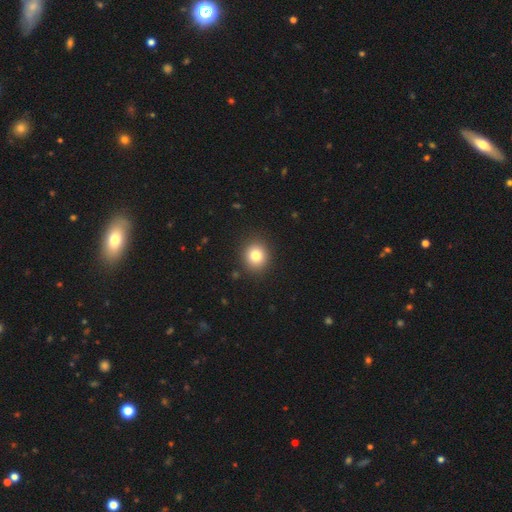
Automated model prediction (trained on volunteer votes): Smooth or featured: smooth — 81% (star or artifact — 11%)
How rounded: round — 84% (in between — 15%)
Merging: none — 90% (minor disturbance — 7%)